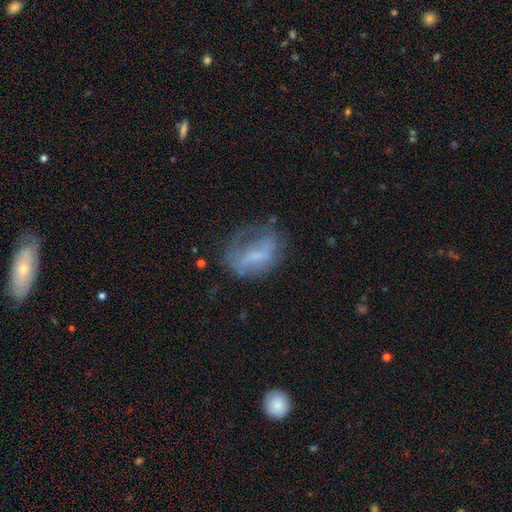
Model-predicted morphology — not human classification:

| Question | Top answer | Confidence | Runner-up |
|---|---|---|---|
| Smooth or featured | featured or disk | 47% | smooth (41%) |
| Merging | none | 44% | major disturbance (27%) |